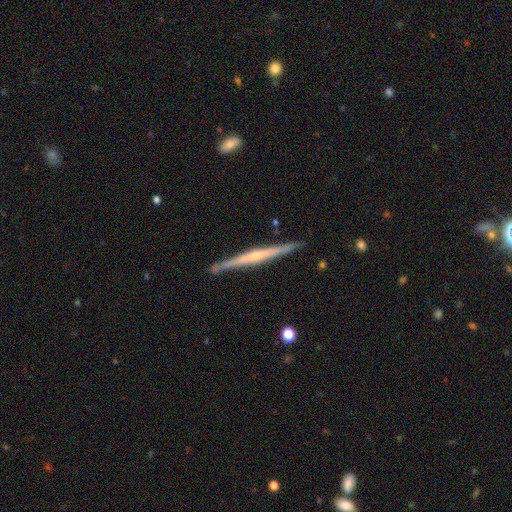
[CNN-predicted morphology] A featured or disk galaxy (77%) viewed edge-on (98%) with a rounded central bulge (58%). Merging: none (89%).